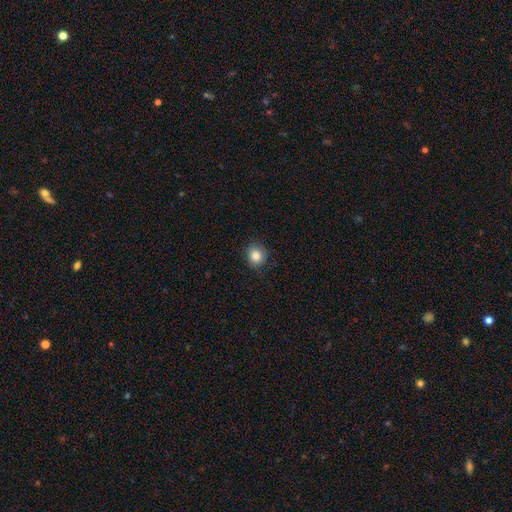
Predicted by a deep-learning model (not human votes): A smooth galaxy with no disk features (85%) that is round (81%).

Vote fractions:
- Smooth or featured? smooth: 85% / star or artifact: 9% / featured or disk: 6%
- How rounded? round: 81% / in between: 19% / cigar-shaped: 1%
- Merging? none: 81% / minor disturbance: 15% / major disturbance: 4% / merger: 1%